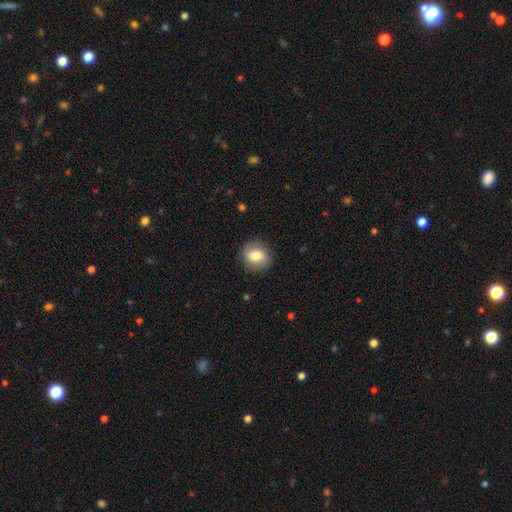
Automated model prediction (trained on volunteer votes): This appears to be a smooth galaxy with no disk features (74%) that is round (70%). Merging: none (85%).